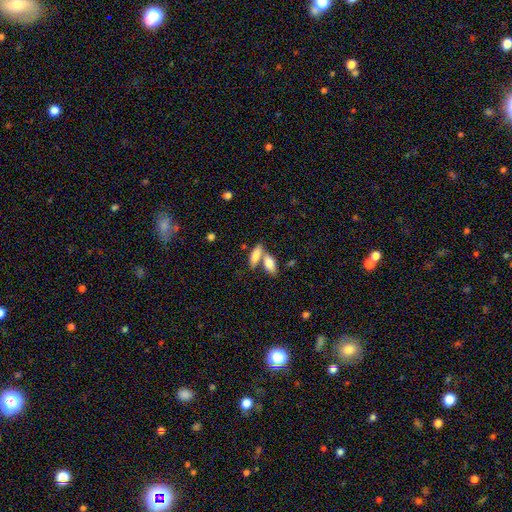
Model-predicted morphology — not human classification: This is likely a smooth galaxy (79%). How rounded: likely in between (71%). Merging: possibly merger (47%).